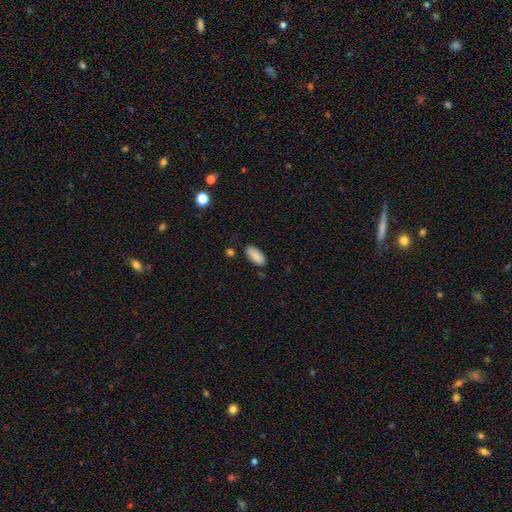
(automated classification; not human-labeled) smooth 89%, star or artifact 7%, featured or disk 4%. Down the decision tree: how rounded — in between (83%); merging — none (82%).